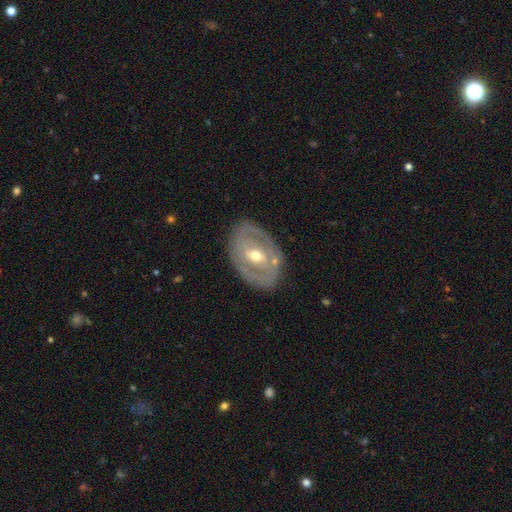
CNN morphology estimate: The model was most divided on "bar": weak: 44%, no: 32%, strong: 24%. More confident: edge-on disk — no (94%); merging — none (80%); smooth or featured — featured or disk (76%); bulge size — moderate (66%); spiral arms — yes (60%).